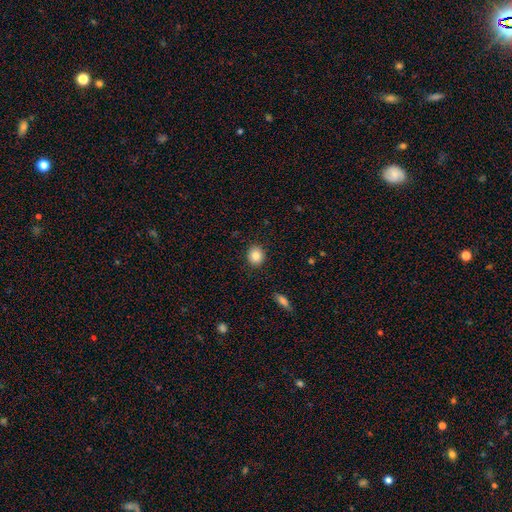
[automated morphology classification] Overall: smooth (84%). How rounded: round (77%). Merging: none (90%).